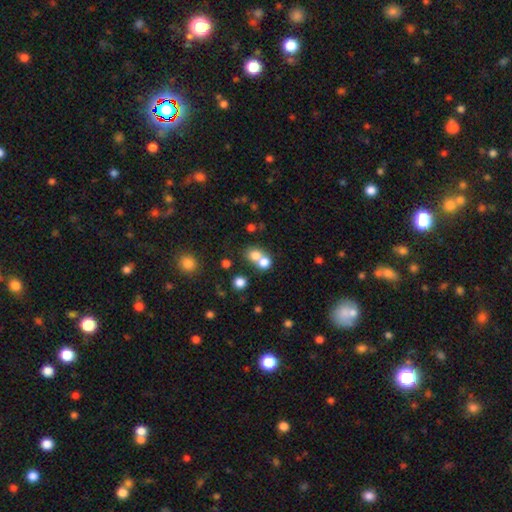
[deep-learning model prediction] The model was most divided on "merging": merger: 52%, none: 39%, minor disturbance: 6%, major disturbance: 3%. More confident: how rounded — round (77%); smooth or featured — smooth (75%).